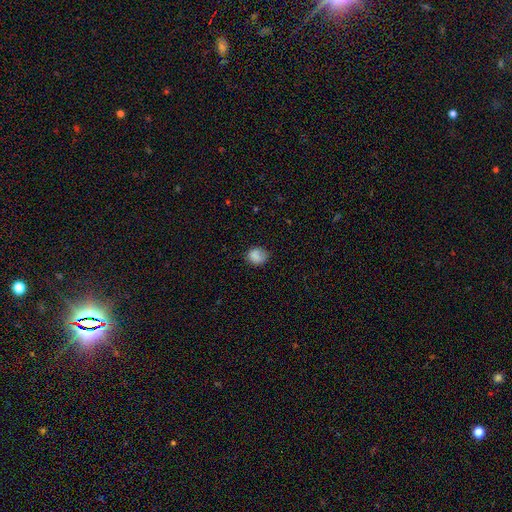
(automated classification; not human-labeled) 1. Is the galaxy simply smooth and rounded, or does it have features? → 84% smooth, 9% star or artifact, 6% featured or disk.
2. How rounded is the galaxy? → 68% round, 31% in between, 1% cigar-shaped.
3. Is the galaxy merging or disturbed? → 68% none, 24% minor disturbance, 6% major disturbance, 2% merger.